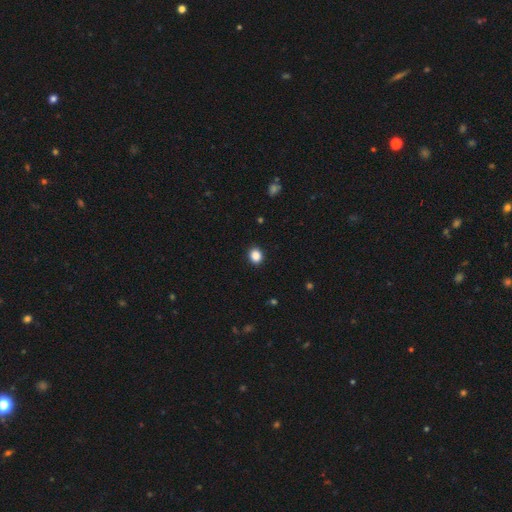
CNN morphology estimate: A smooth galaxy with no disk features (87%) that is round (72%). Merging: none (91%).